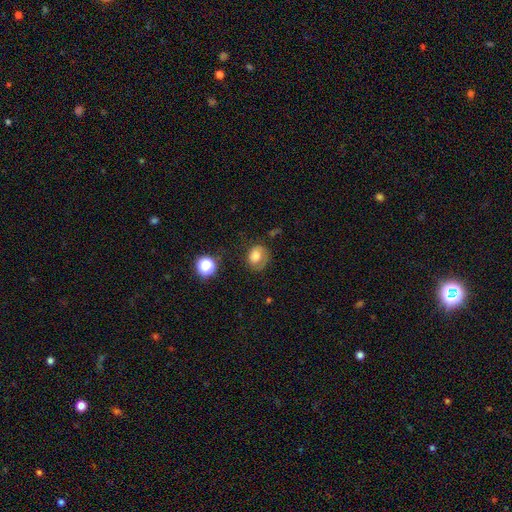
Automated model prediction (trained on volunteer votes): smooth 69%, featured or disk 19%, star or artifact 11%. Down the decision tree: how rounded — round (56%); merging — none (55%).